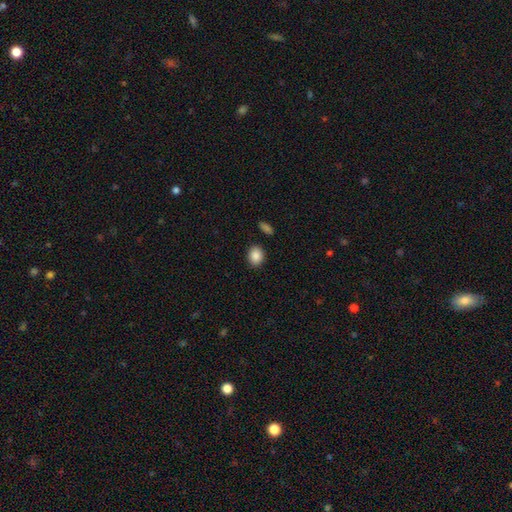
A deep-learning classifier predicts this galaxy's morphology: This appears to be a smooth galaxy with no disk features (88%) that is round (51%). Merging: none (88%).